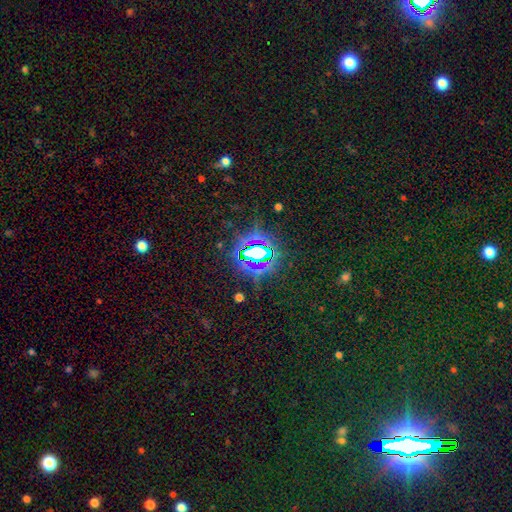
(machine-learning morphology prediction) Smooth or featured: star or artifact — 73% (smooth — 17%)